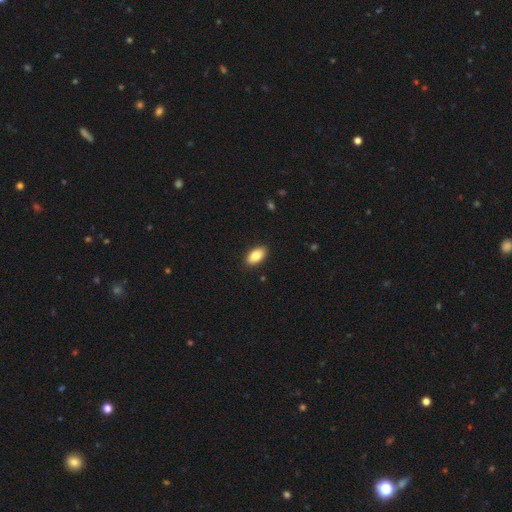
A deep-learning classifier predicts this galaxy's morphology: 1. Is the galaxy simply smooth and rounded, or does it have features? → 85% smooth, 8% featured or disk, 7% star or artifact.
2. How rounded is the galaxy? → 94% in between, 3% round, 3% cigar-shaped.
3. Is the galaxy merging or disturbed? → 90% none, 8% minor disturbance, 2% major disturbance, 1% merger.